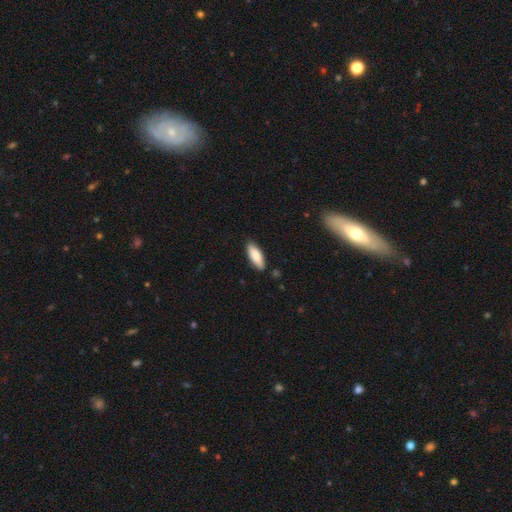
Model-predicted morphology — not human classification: Smooth or featured?
  - smooth: 85% *
  - featured or disk: 9%
  - star or artifact: 6%
How rounded?
  - in between: 71% *
  - cigar-shaped: 27%
  - round: 2%
Merging?
  - none: 85% *
  - minor disturbance: 12%
  - major disturbance: 2%
  - merger: 2%